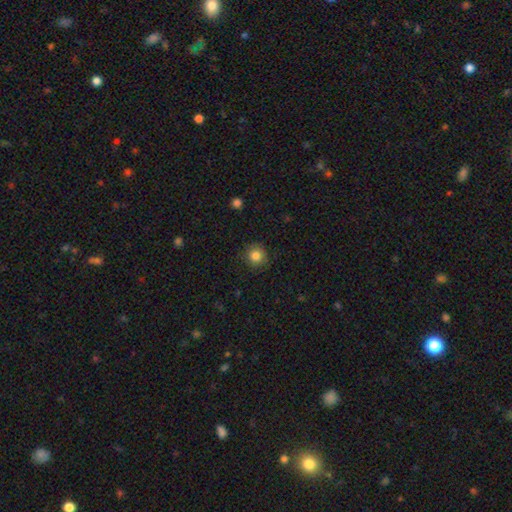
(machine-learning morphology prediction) The model was most divided on "smooth or featured": smooth: 84%, star or artifact: 11%, featured or disk: 6%. More confident: how rounded — round (93%); merging — none (89%).